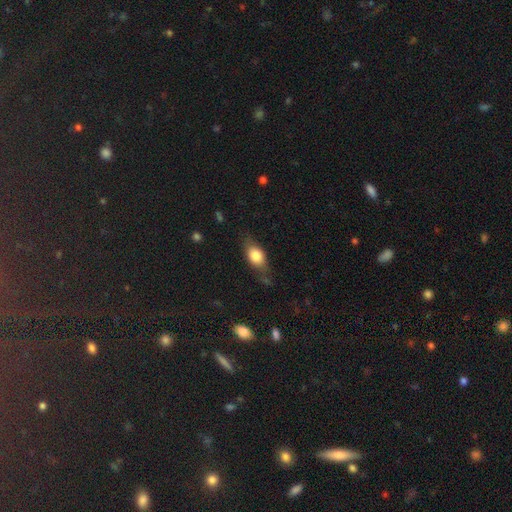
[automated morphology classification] type=smooth (72%); roundness=in between (77%); merging=none (62%).